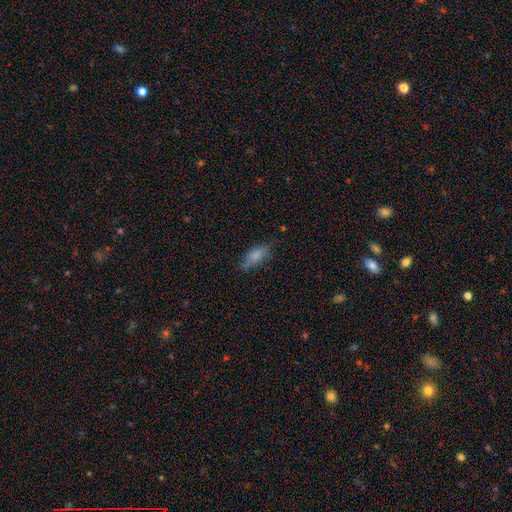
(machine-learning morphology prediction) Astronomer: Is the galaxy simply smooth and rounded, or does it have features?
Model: smooth — 79%.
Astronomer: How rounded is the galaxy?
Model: in between — 81%.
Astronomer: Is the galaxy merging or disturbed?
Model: none — 63%.